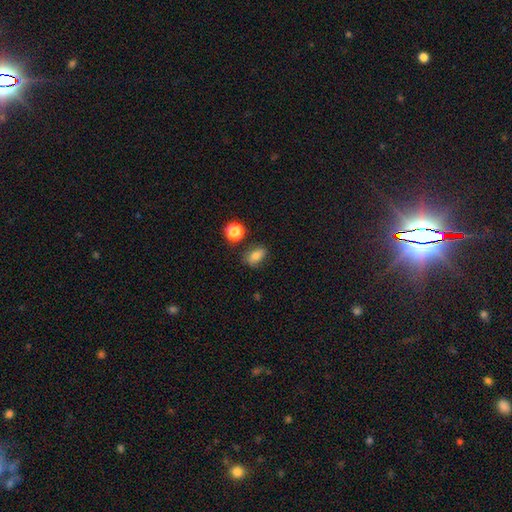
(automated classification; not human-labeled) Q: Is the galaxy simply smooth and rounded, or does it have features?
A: smooth — 77%.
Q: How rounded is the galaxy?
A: in between — 78%.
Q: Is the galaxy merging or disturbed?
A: none — 75%.